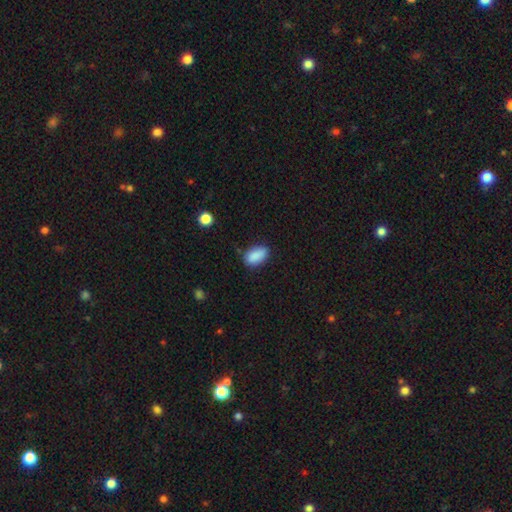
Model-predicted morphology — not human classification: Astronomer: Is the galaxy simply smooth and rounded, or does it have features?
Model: smooth — 88%.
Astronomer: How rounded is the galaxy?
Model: in between — 91%.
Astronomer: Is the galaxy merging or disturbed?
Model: none — 77%.